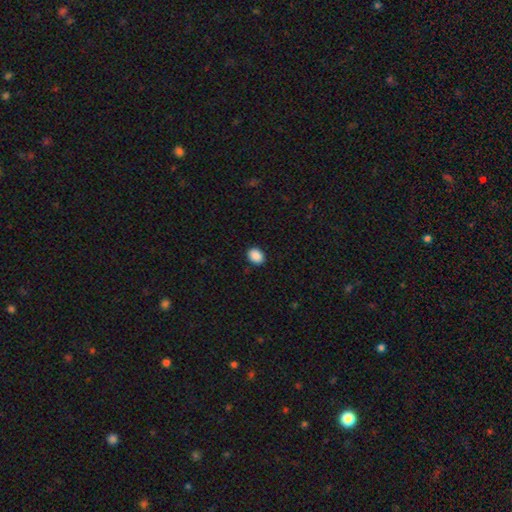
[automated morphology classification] smooth-or-featured: smooth: 90% | star or artifact: 8% | featured or disk: 2%
  how-rounded: in between: 66% | round: 33% | cigar-shaped: 1%
  merging: none: 89% | minor disturbance: 8% | major disturbance: 2% | merger: 1%